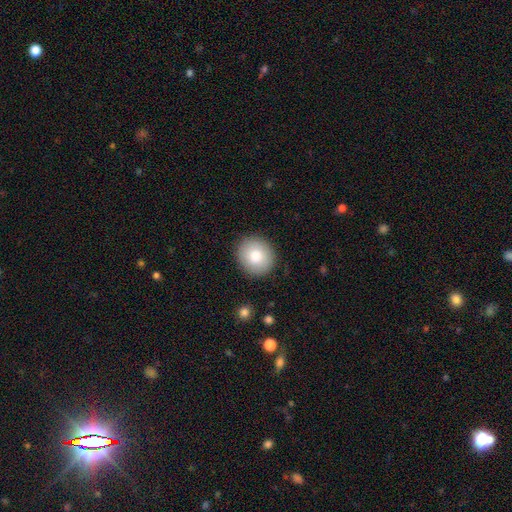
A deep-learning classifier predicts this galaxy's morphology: Smooth or featured? Predicted: smooth (p=0.81). How rounded? Predicted: round (p=0.87). Merging? Predicted: none (p=0.90).